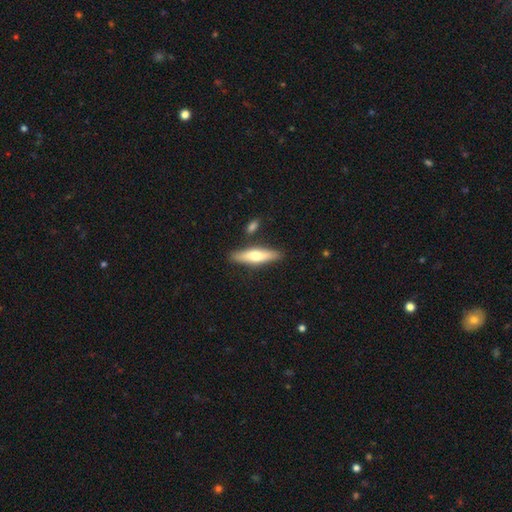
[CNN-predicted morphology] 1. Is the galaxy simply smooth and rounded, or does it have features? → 57% smooth, 38% featured or disk, 6% star or artifact.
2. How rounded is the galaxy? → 71% cigar-shaped, 27% in between, 2% round.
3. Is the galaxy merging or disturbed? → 83% none, 10% minor disturbance, 5% merger, 2% major disturbance.